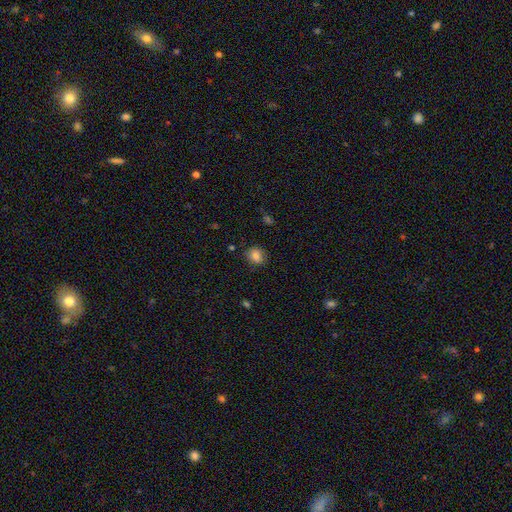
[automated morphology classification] type=smooth (84%); roundness=round (58%); merging=none (83%).